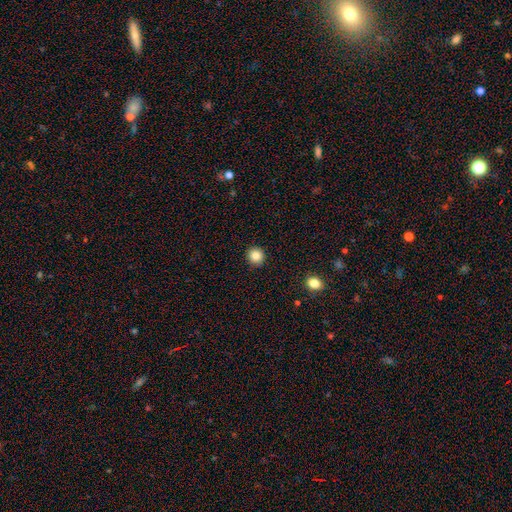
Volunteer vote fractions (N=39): This is clearly a smooth galaxy (90%). How rounded: clearly round (91%). Merging: clearly none (97%).